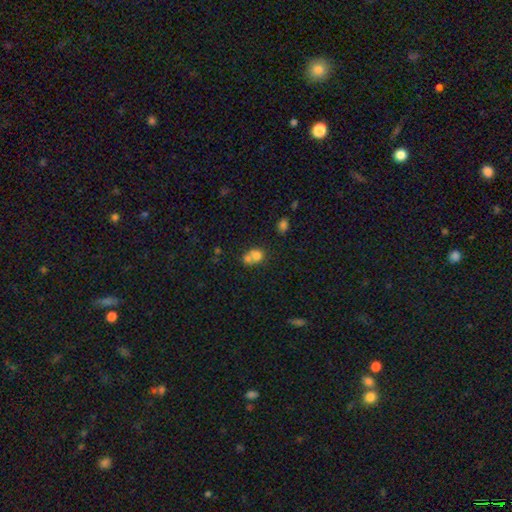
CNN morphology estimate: Overall: smooth (71%). How rounded: round (66%; in between 33%). Merging: merger (63%; none 25%).